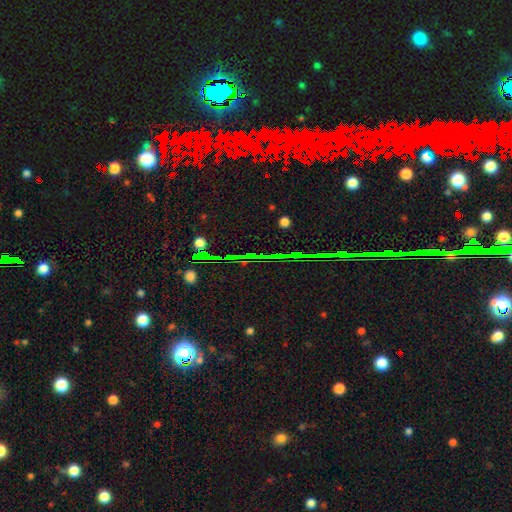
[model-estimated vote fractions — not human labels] This is likely a star or artifact rather than a galaxy (78%).